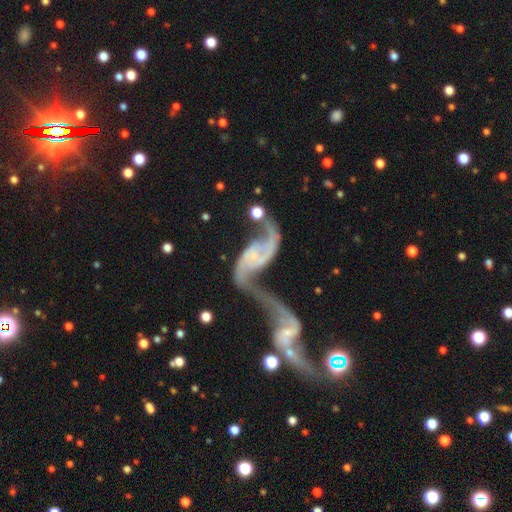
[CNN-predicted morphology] featured or disk 86%, smooth 8%, star or artifact 6%. Down the decision tree: edge-on disk — no (96%); bar — no (57%); spiral arms — yes (93%); spiral arm count — 2 (90%); spiral winding — loose (81%); bulge size — none (47%); merging — merger (62%).